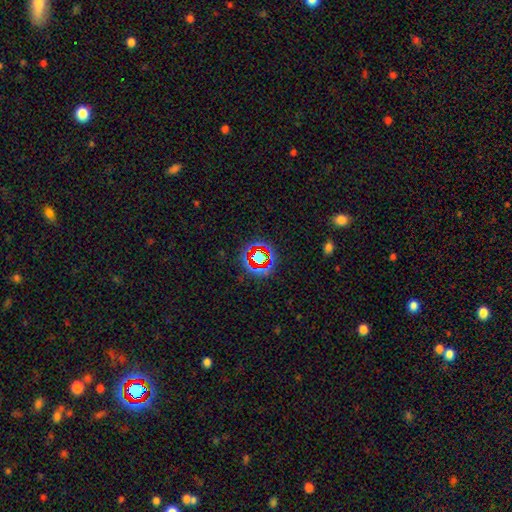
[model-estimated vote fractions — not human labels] Q: Smooth or featured?
A: star or artifact (66%); runner-up: smooth (21%)